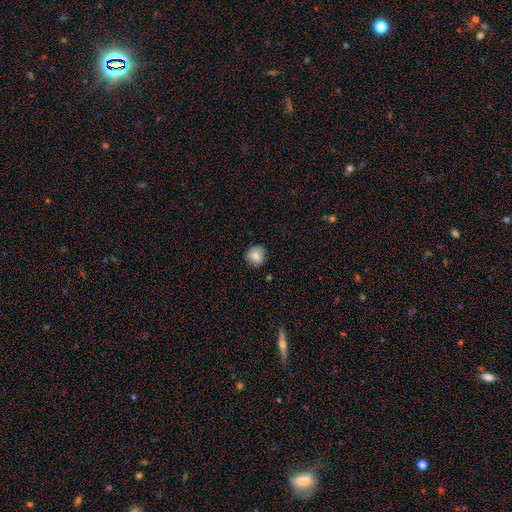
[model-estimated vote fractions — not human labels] This appears to be a smooth galaxy with no disk features (82%) that is round (89%). Merging: none (83%).